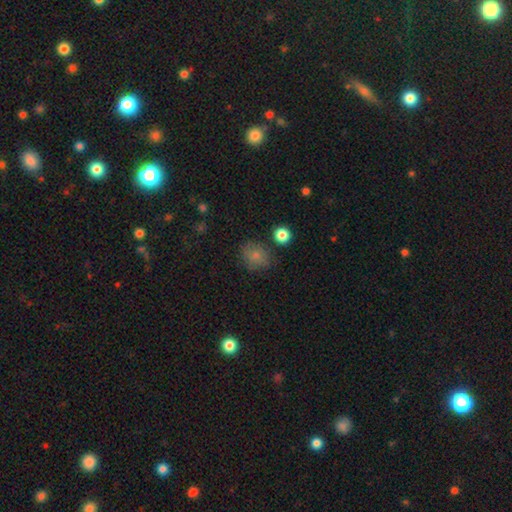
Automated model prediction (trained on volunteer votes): smooth-or-featured: smooth: 80% | star or artifact: 12% | featured or disk: 9%
  how-rounded: round: 63% | in between: 36% | cigar-shaped: 1%
  merging: none: 69% | minor disturbance: 20% | major disturbance: 7% | merger: 4%